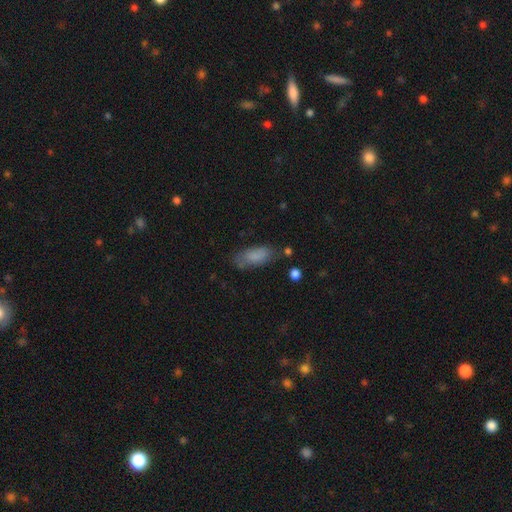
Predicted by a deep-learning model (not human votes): smooth-or-featured: smooth: 81% | featured or disk: 11% | star or artifact: 8%
  how-rounded: in between: 82% | cigar-shaped: 16% | round: 2%
  merging: none: 67% | minor disturbance: 22% | major disturbance: 7% | merger: 4%